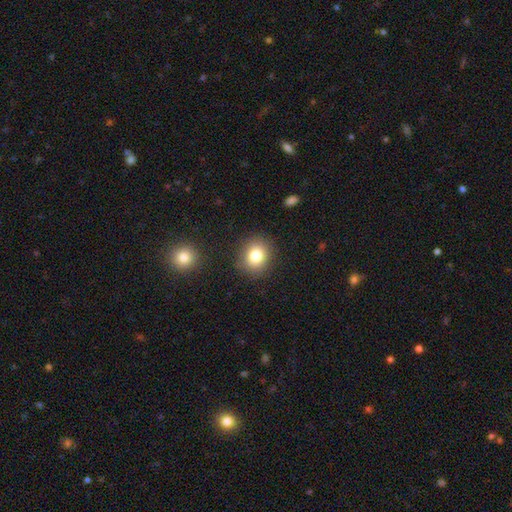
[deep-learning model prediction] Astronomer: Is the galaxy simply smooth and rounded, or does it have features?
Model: smooth — 80%.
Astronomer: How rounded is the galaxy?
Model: round — 72%.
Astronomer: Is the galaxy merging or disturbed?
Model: none — 87%.